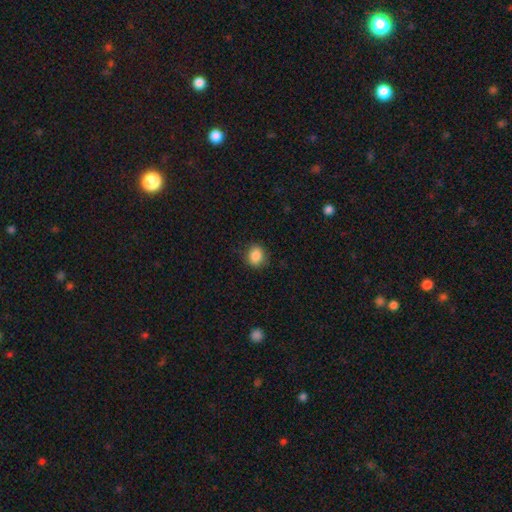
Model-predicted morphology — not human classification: This is clearly a smooth galaxy (87%). How rounded: likely round (65%). Merging: clearly none (83%).